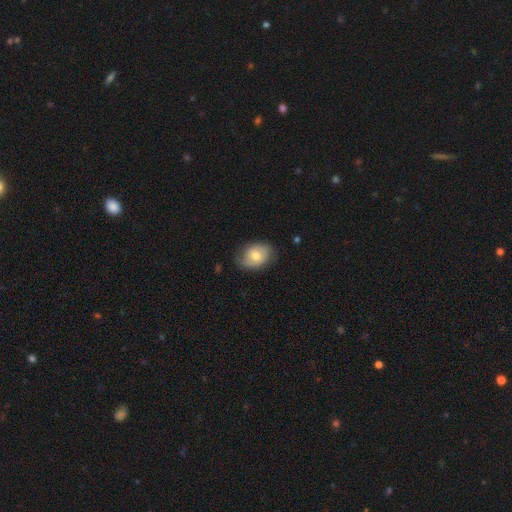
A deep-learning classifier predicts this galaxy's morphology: Q: Smooth or featured?
A: smooth (69%); runner-up: featured or disk (23%)
Q: How rounded?
A: in between (69%); runner-up: round (30%)
Q: Merging?
A: none (74%); runner-up: minor disturbance (20%)